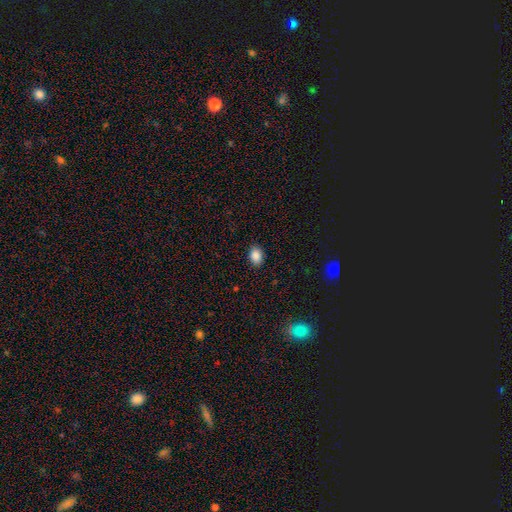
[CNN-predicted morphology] The model was most divided on "how rounded": in between: 78%, round: 21%, cigar-shaped: 1%. More confident: merging — none (89%); smooth or featured — smooth (88%).